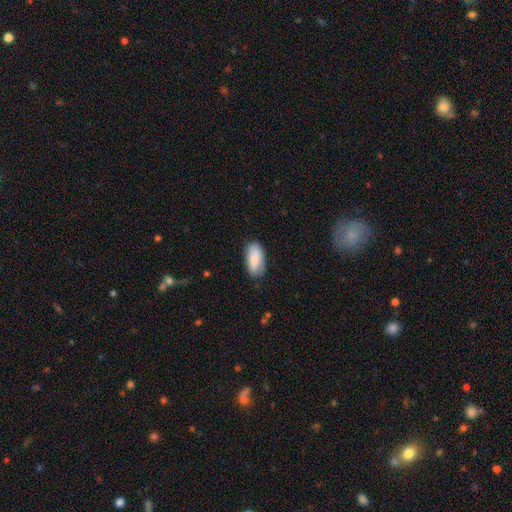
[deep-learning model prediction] This is clearly a smooth galaxy (84%). How rounded: clearly in between (91%). Merging: likely none (76%).